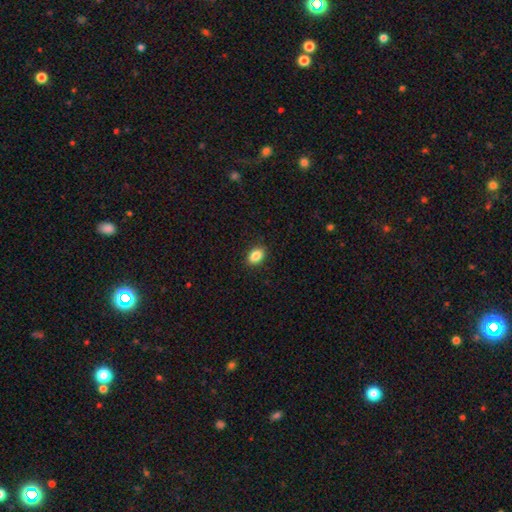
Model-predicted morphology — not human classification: Q: Smooth or featured?
A: smooth (87%); runner-up: star or artifact (8%)
Q: How rounded?
A: in between (84%); runner-up: round (14%)
Q: Merging?
A: none (90%); runner-up: minor disturbance (7%)